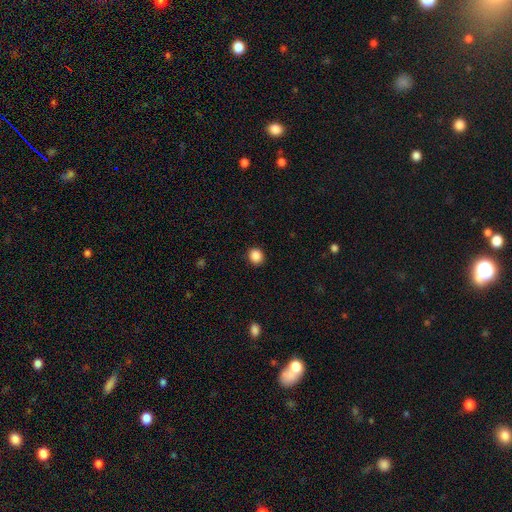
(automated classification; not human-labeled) This appears to be a smooth galaxy with no disk features (88%) that is round (79%). Merging: none (91%).